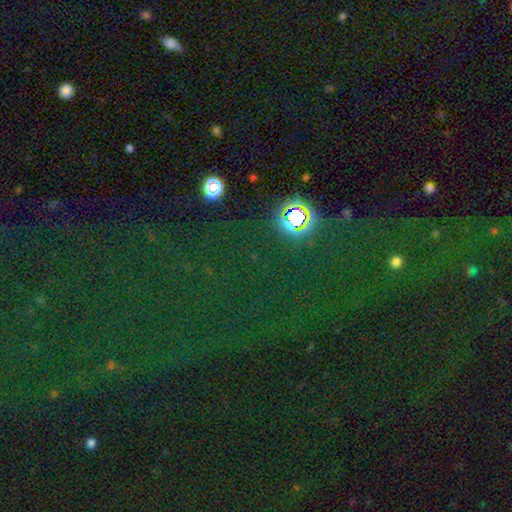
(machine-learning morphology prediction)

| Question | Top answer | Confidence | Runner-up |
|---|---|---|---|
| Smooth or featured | star or artifact | 77% | smooth (15%) |